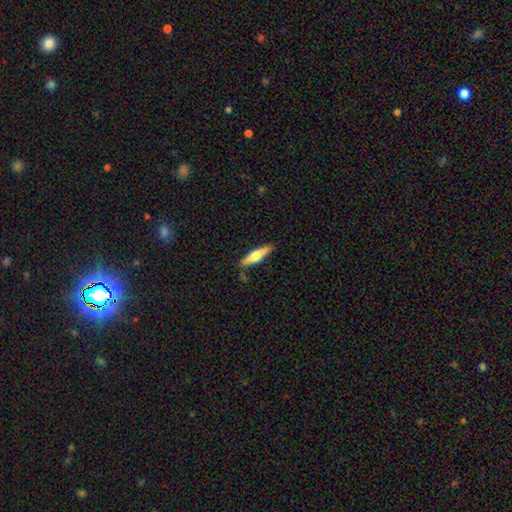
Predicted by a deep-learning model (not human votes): Smooth or featured? featured or disk (51%)
Edge-on disk? yes (95%)
Merging? none (86%)